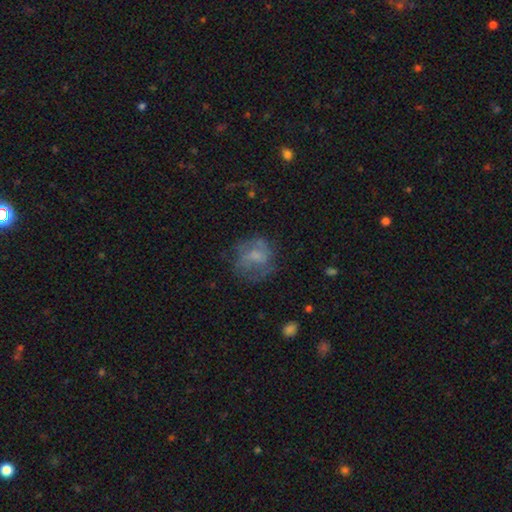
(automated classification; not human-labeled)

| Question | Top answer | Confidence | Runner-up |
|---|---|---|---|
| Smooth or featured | smooth | 49% | featured or disk (40%) |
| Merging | none | 56% | minor disturbance (22%) |